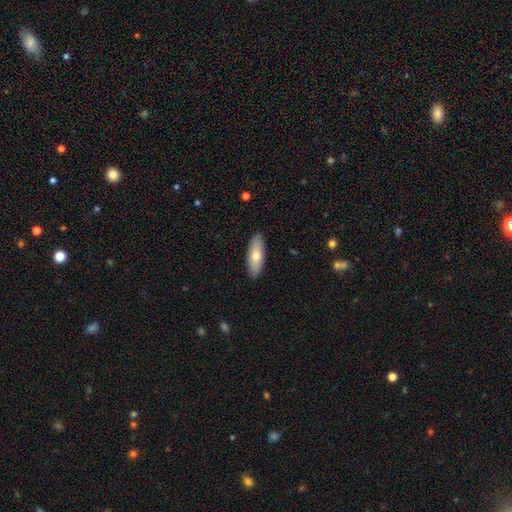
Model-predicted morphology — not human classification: Overall: smooth (70%). How rounded: in between (63%; cigar-shaped 34%). Merging: none (89%).